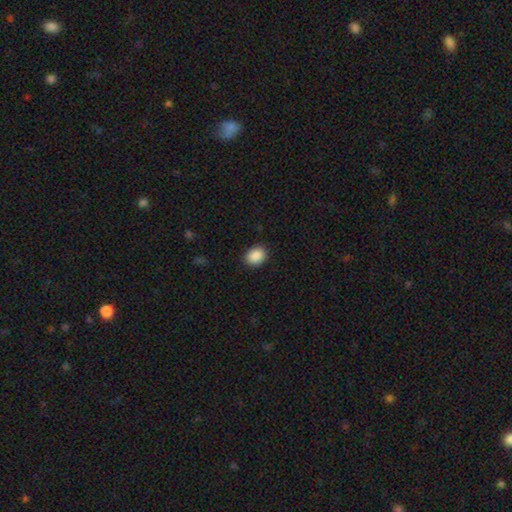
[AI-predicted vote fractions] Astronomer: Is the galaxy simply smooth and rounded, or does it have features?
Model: smooth — 89%.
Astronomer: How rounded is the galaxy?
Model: in between — 55% (runner-up: round, 44%).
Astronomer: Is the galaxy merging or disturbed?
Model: none — 89%.